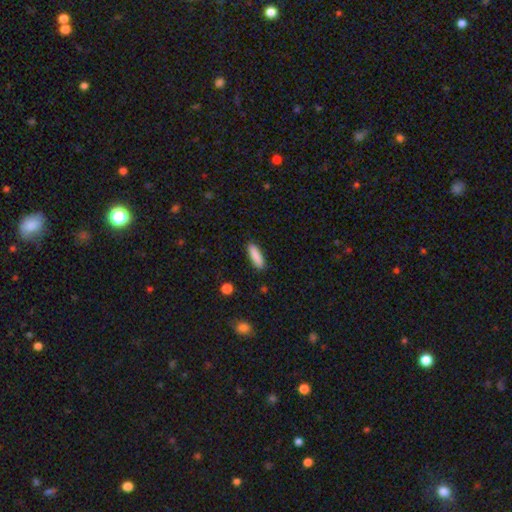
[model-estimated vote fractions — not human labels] Smooth or featured? smooth (88%)
How rounded? cigar-shaped (62%)
Merging? none (89%)